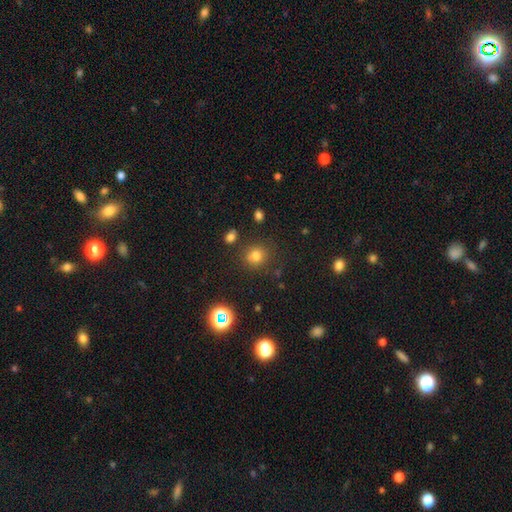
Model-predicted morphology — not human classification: Q: Smooth or featured?
A: smooth (76%); runner-up: star or artifact (17%)
Q: How rounded?
A: round (82%); runner-up: in between (17%)
Q: Merging?
A: none (79%); runner-up: minor disturbance (11%)